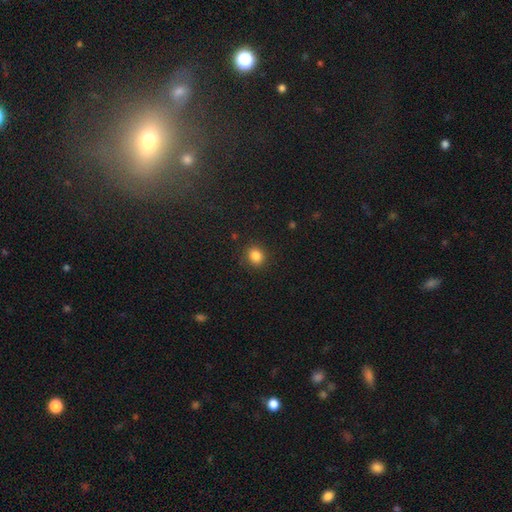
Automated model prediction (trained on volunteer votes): A smooth galaxy with no disk features (85%) that is round (71%).

Vote fractions:
- Smooth or featured? smooth: 85% / star or artifact: 11% / featured or disk: 4%
- How rounded? round: 71% / in between: 28% / cigar-shaped: 1%
- Merging? none: 87% / minor disturbance: 9% / major disturbance: 3% / merger: 1%